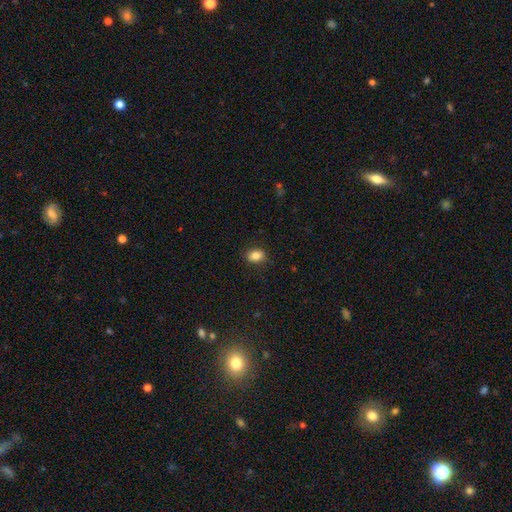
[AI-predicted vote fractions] This appears to be a smooth galaxy with no disk features (84%) that is in between round and cigar-shaped (66%). Merging: none (87%).